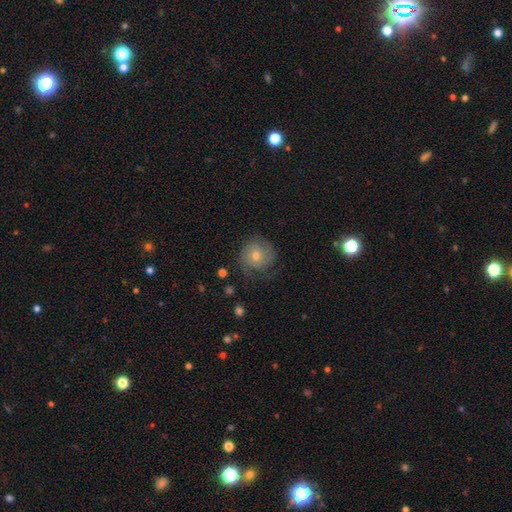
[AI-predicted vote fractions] This appears to be a featured or disk galaxy (63%) with no bar (81%), 2 (41%) tight (59%) spiral arms (88%) and a moderate central bulge (52%). Merging: none (71%).